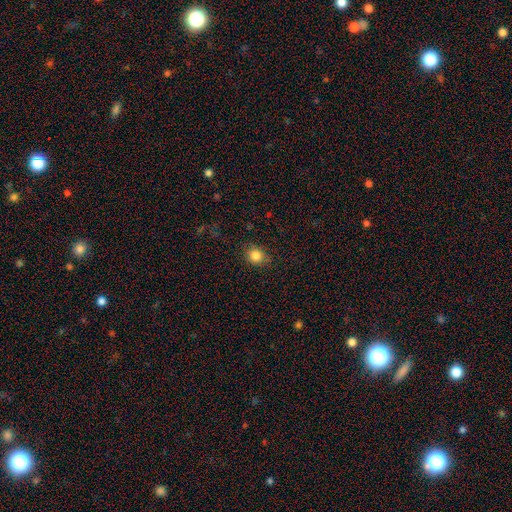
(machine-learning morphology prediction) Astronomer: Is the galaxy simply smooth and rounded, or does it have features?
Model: smooth — 84%.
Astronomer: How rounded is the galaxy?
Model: round — 71%.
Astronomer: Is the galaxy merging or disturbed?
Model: none — 85%.